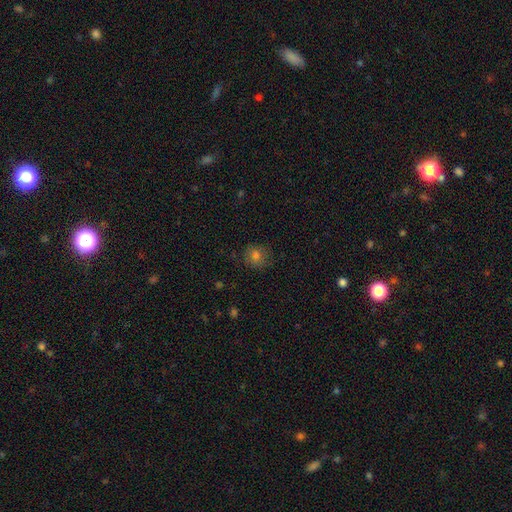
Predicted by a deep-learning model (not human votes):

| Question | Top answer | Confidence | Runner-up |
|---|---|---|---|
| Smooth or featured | smooth | 78% | star or artifact (14%) |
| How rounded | round | 83% | in between (16%) |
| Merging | none | 80% | minor disturbance (15%) |